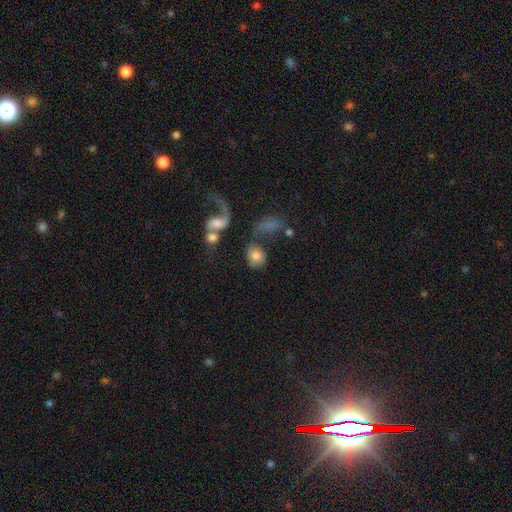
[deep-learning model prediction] Overall: smooth (71%). How rounded: in between (52%; round 46%). Merging: none (40%; merger 28%).